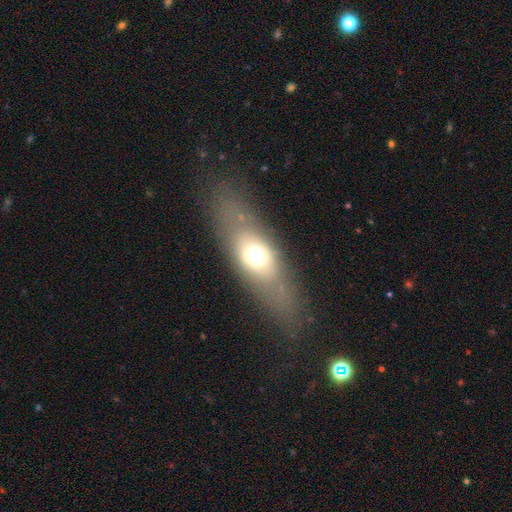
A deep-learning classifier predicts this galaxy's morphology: Smooth or featured: smooth — 52% (featured or disk — 37%)
How rounded: in between — 68% (cigar-shaped — 22%)
Merging: none — 73% (minor disturbance — 15%)